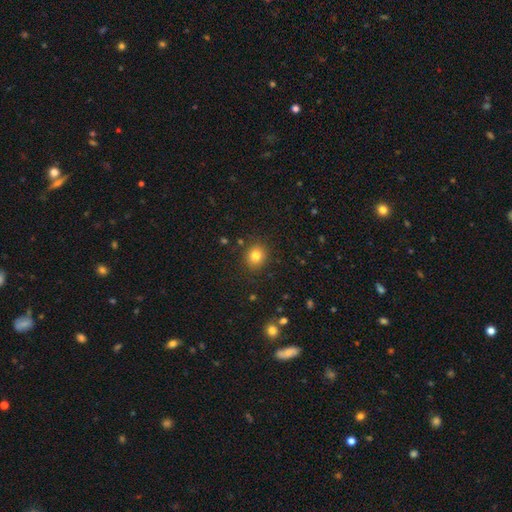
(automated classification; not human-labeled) Q: Smooth or featured?
A: smooth (80%); runner-up: star or artifact (12%)
Q: How rounded?
A: round (79%); runner-up: in between (20%)
Q: Merging?
A: none (88%); runner-up: minor disturbance (8%)